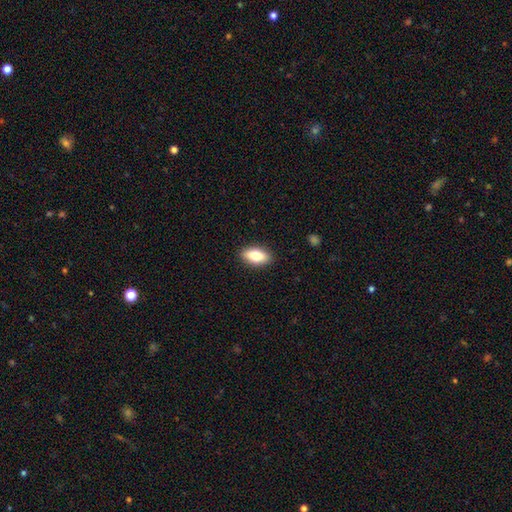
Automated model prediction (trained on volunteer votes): This is likely a smooth galaxy (77%). How rounded: clearly in between (88%). Merging: clearly none (89%).